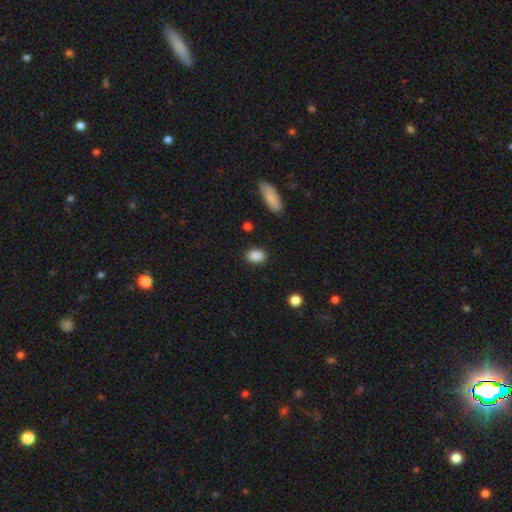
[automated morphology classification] Smooth or featured?
  - smooth: 88% *
  - star or artifact: 8%
  - featured or disk: 4%
How rounded?
  - in between: 75% *
  - round: 24%
  - cigar-shaped: 2%
Merging?
  - none: 87% *
  - minor disturbance: 9%
  - major disturbance: 2%
  - merger: 2%